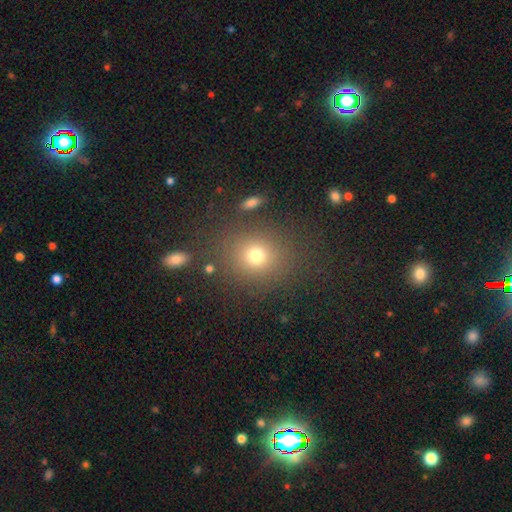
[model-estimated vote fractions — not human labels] smooth_or_featured: smooth (p=0.73) [alt: star or artifact p=0.17]
how_rounded: round (p=0.76) [alt: in between p=0.23]
merging: none (p=0.81) [alt: minor disturbance p=0.10]